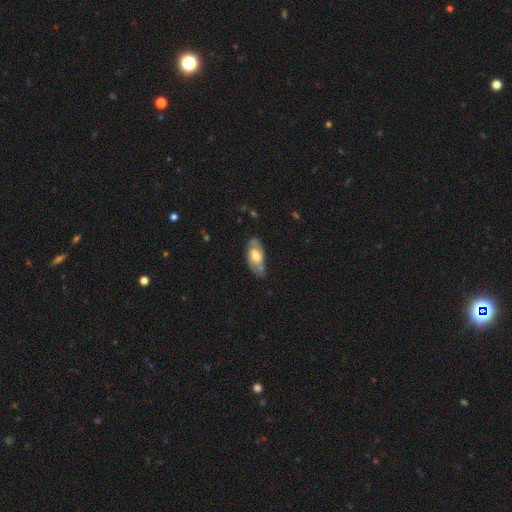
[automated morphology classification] Smooth or featured?
  - featured or disk: 52% *
  - smooth: 42%
  - star or artifact: 6%
Edge-on disk?
  - no: 83% *
  - yes: 17%
Merging?
  - none: 65% *
  - minor disturbance: 26%
  - major disturbance: 7%
  - merger: 2%